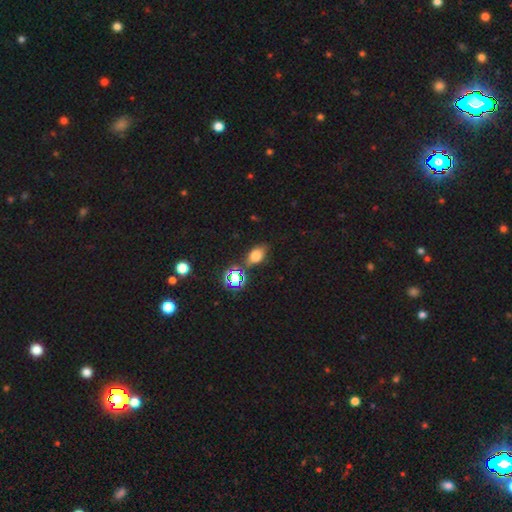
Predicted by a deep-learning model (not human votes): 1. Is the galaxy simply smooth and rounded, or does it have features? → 68% smooth, 21% star or artifact, 10% featured or disk.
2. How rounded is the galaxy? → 79% in between, 18% round, 3% cigar-shaped.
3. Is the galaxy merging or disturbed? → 73% none, 16% minor disturbance, 6% merger, 5% major disturbance.